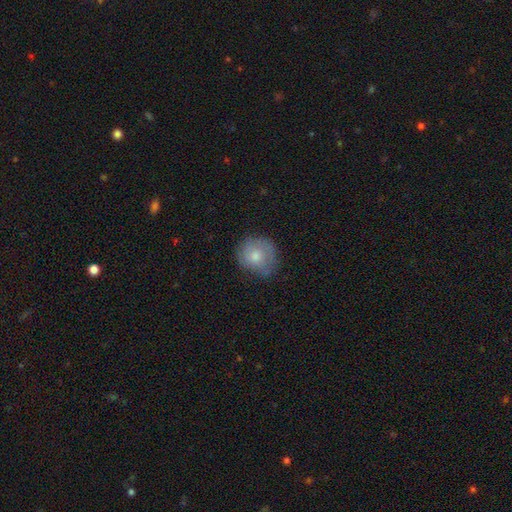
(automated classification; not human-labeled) Overall: smooth (74%). How rounded: round (82%). Merging: none (63%; minor disturbance 27%).